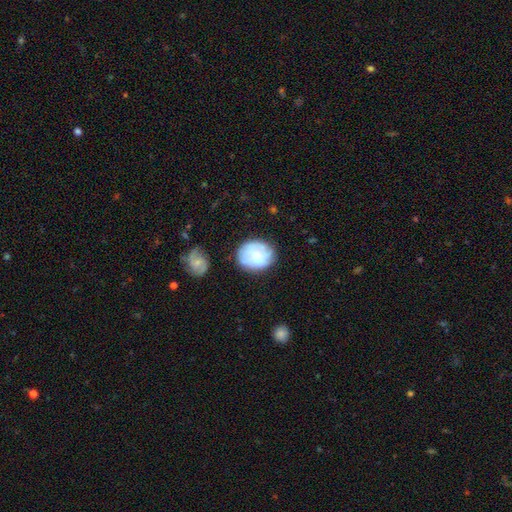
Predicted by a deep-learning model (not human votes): Smooth or featured: smooth — 54% (featured or disk — 39%)
How rounded: round — 61% (in between — 38%)
Merging: none — 70% (minor disturbance — 20%)